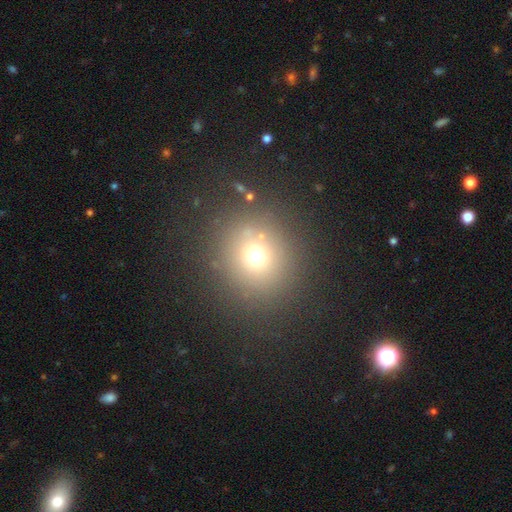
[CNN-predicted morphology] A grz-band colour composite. It shows a smooth galaxy with no disk features (66%) that is round (89%). Merging: none (82%).